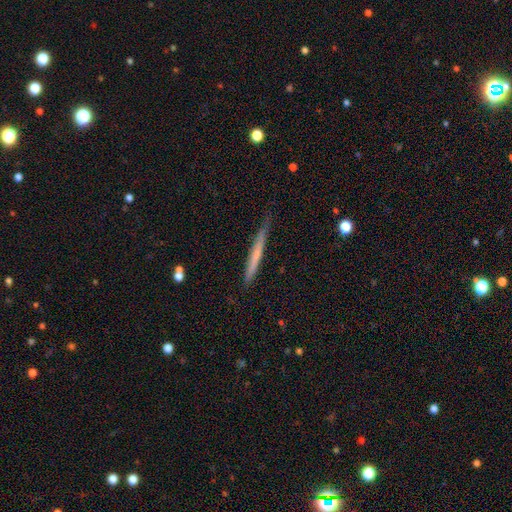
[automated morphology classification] The model was most divided on "smooth or featured": smooth: 52%, featured or disk: 42%, star or artifact: 6%. More confident: how rounded — cigar-shaped (97%); merging — none (76%).